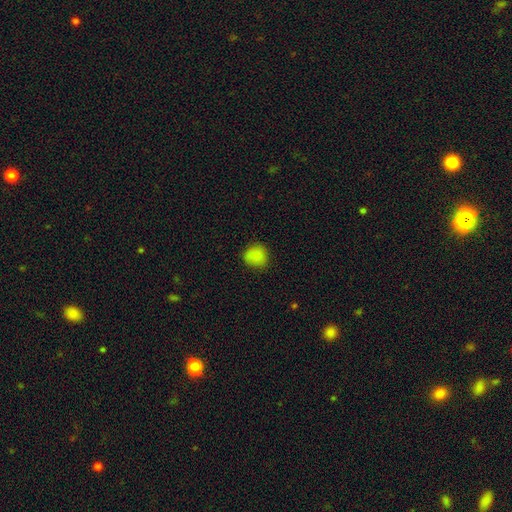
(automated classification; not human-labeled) This appears to be a smooth galaxy with no disk features (85%) that is round (82%). Merging: none (79%).